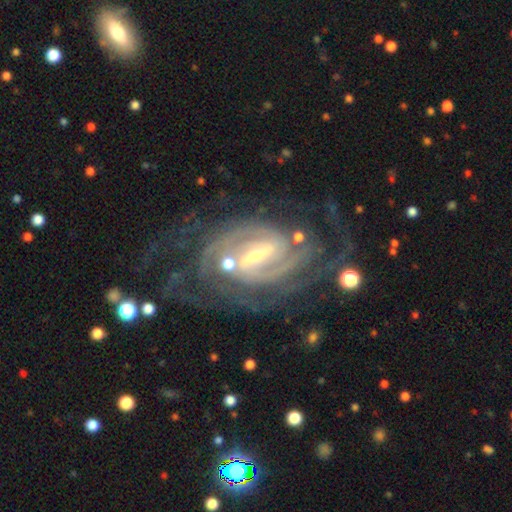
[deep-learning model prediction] Smooth or featured? Predicted: featured or disk (p=0.92). Edge-on disk? Predicted: no (p=0.97). Bar? Predicted: strong (p=0.58). Spiral arms? Predicted: yes (p=0.98). Spiral winding? Predicted: tight (p=0.57). Spiral arm count? Predicted: 2 (p=0.43). Bulge size? Predicted: small (p=0.61). Merging? Predicted: none (p=0.62).